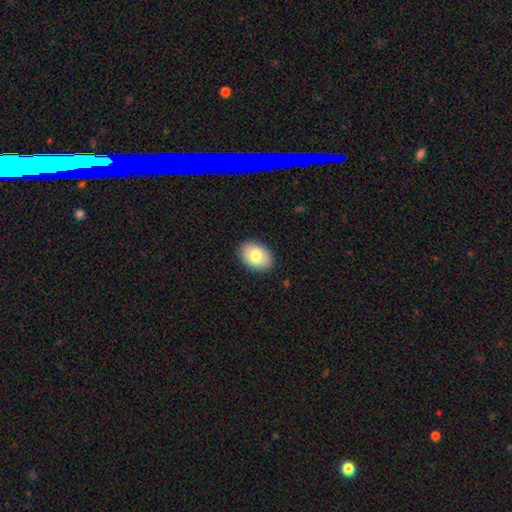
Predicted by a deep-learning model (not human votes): This appears to be a smooth galaxy with no disk features (81%) that is in between round and cigar-shaped (83%). Merging: none (89%).